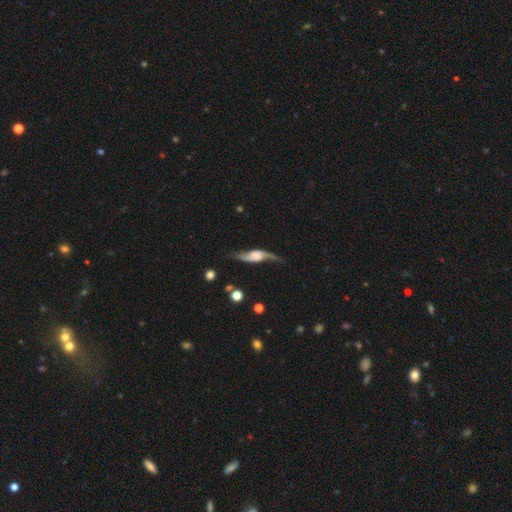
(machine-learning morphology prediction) featured or disk 77%, smooth 16%, star or artifact 7%. Down the decision tree: edge-on disk — no (71%); bar — no (54%); spiral arms — yes (92%); spiral arm count — 2 (91%); spiral winding — loose (83%); bulge size — none (37%); merging — none (64%).